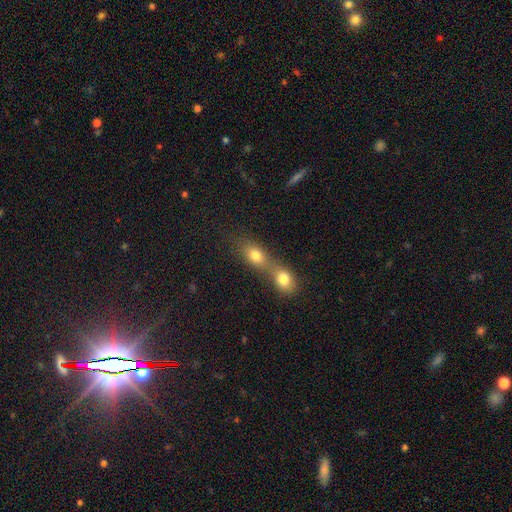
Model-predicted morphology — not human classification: Smooth or featured: smooth — 77% (featured or disk — 13%)
How rounded: in between — 57% (round — 37%)
Merging: merger — 72% (none — 20%)